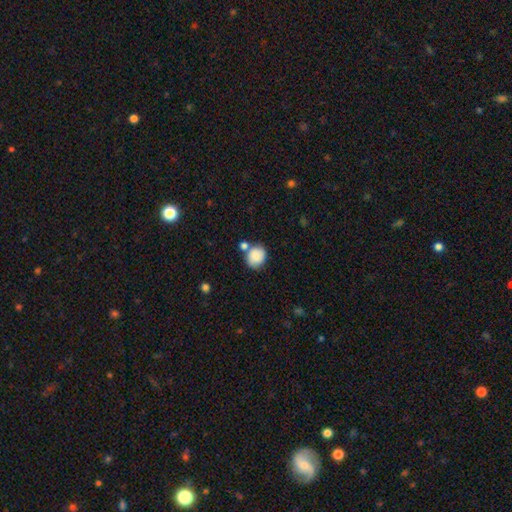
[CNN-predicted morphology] Smooth or featured? Predicted: smooth (p=0.84). How rounded? Predicted: round (p=0.70). Merging? Predicted: none (p=0.56).